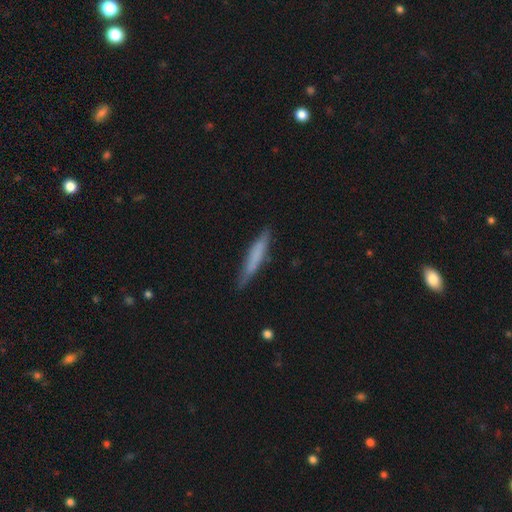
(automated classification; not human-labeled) A smooth galaxy with no disk features (65%) that is cigar-shaped (93%).

Vote fractions:
- Smooth or featured? smooth: 65% / featured or disk: 29% / star or artifact: 6%
- How rounded? cigar-shaped: 93% / in between: 5% / round: 1%
- Merging? none: 81% / minor disturbance: 15% / major disturbance: 3% / merger: 2%